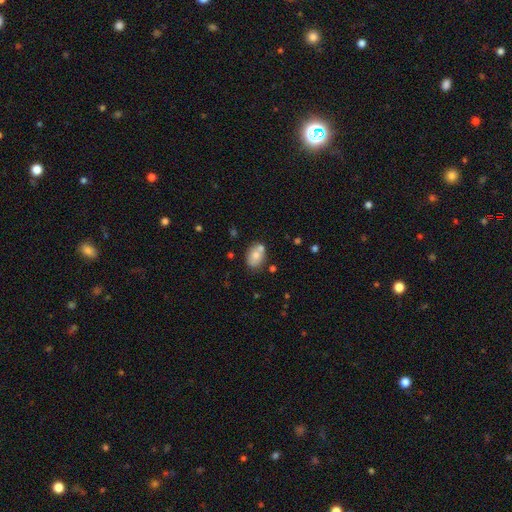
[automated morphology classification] smooth_or_featured: smooth (p=0.74) [alt: featured or disk p=0.18]
how_rounded: in between (p=0.77) [alt: round p=0.22]
merging: none (p=0.63) [alt: merger p=0.18]